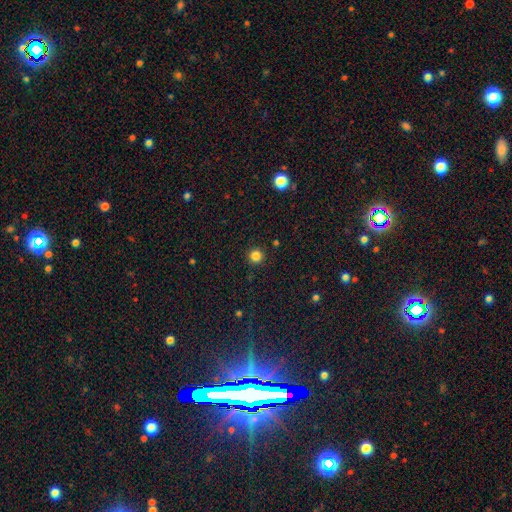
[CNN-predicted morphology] Overall: smooth (84%). How rounded: round (95%). Merging: none (92%).